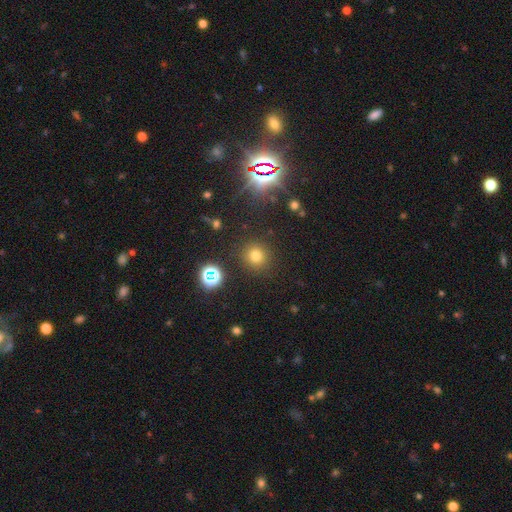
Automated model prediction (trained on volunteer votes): Smooth or featured: smooth — 72% (star or artifact — 21%)
How rounded: round — 93% (in between — 6%)
Merging: none — 88% (minor disturbance — 6%)